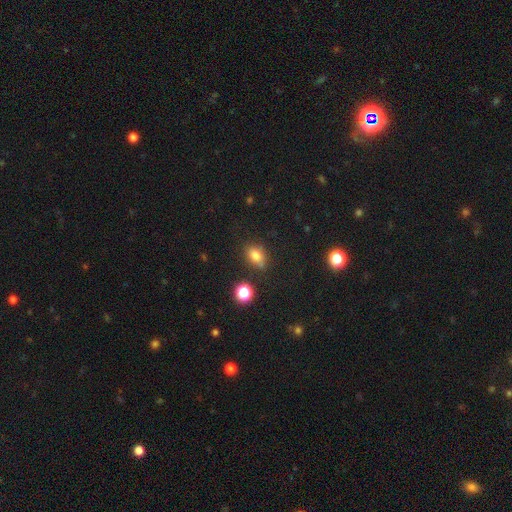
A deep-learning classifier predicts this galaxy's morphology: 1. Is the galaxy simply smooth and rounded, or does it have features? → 77% smooth, 15% star or artifact, 8% featured or disk.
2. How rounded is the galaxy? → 64% in between, 34% round, 2% cigar-shaped.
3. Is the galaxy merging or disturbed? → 69% none, 17% minor disturbance, 10% merger, 5% major disturbance.